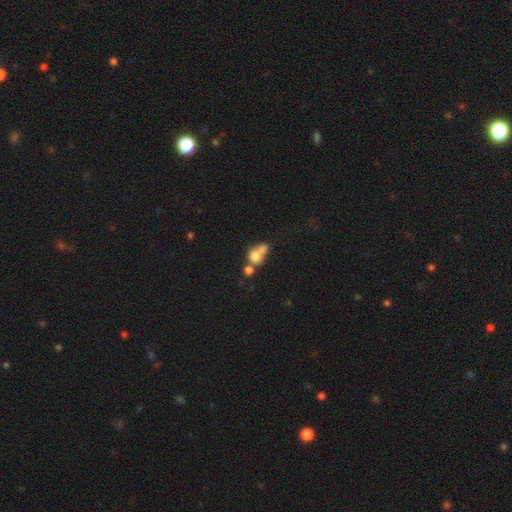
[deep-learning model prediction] smooth_or_featured: smooth (p=0.69) [alt: featured or disk p=0.19]
how_rounded: round (p=0.61) [alt: in between p=0.36]
merging: merger (p=0.64) [alt: none p=0.22]